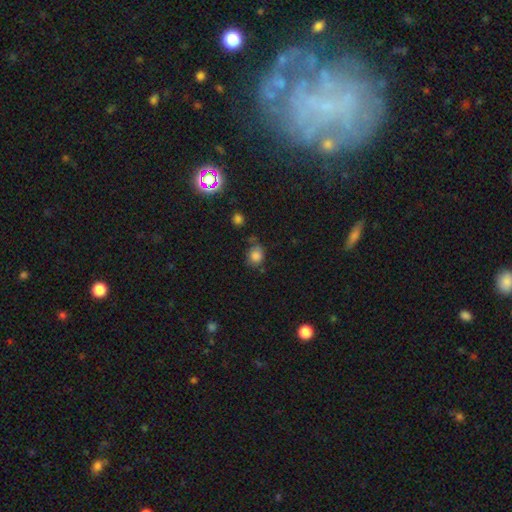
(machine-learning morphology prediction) smooth_or_featured: smooth (p=0.80) [alt: star or artifact p=0.13]
how_rounded: round (p=0.66) [alt: in between p=0.33]
merging: none (p=0.58) [alt: minor disturbance p=0.25]